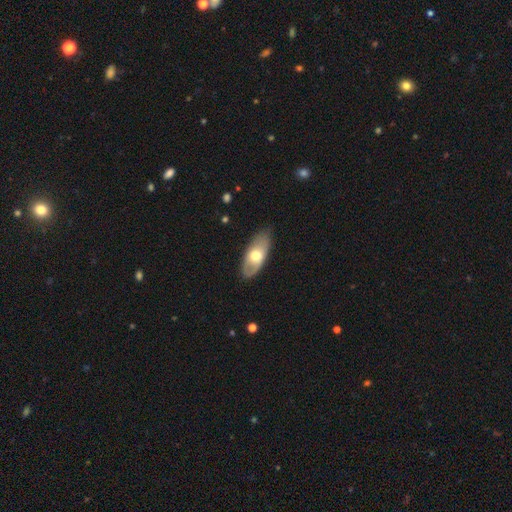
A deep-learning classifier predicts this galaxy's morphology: The model was most divided on "smooth or featured": smooth: 55%, featured or disk: 40%, star or artifact: 6%. More confident: how rounded — in between (87%); merging — none (76%).